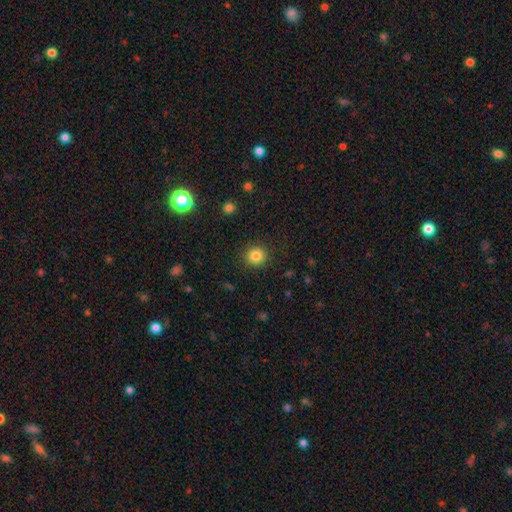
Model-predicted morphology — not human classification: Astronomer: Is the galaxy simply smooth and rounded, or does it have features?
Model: smooth — 83%.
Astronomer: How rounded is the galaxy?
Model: round — 92%.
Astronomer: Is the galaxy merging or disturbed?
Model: none — 90%.